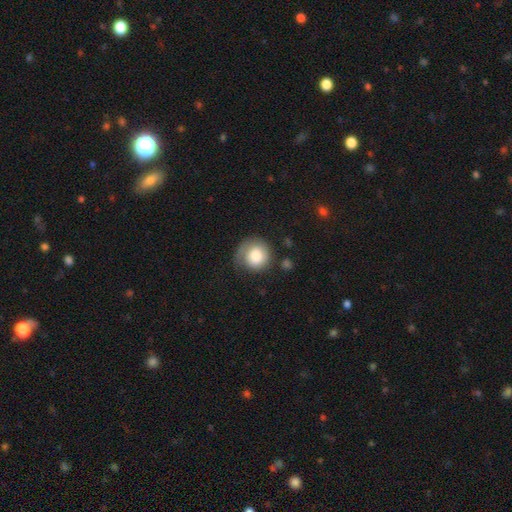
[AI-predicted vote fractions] Smooth or featured? Predicted: smooth (p=0.78). How rounded? Predicted: round (p=0.89). Merging? Predicted: none (p=0.58).